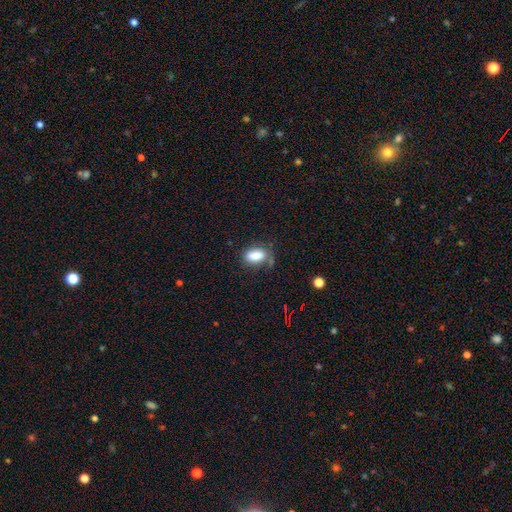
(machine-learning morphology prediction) Smooth or featured?
  - smooth: 82% *
  - featured or disk: 9%
  - star or artifact: 9%
How rounded?
  - in between: 88% *
  - round: 7%
  - cigar-shaped: 4%
Merging?
  - none: 58% *
  - minor disturbance: 25%
  - major disturbance: 11%
  - merger: 7%